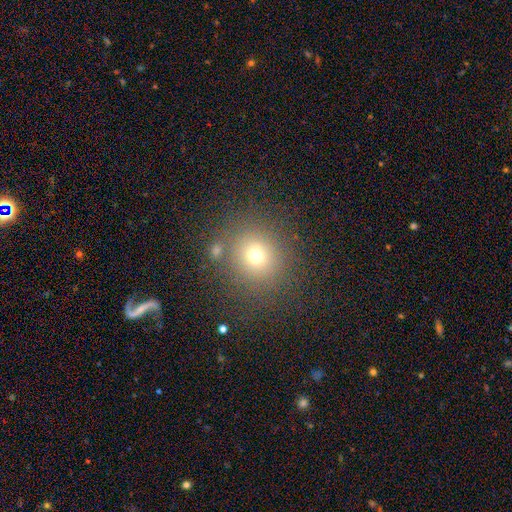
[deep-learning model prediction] Q: Smooth or featured?
A: smooth (68%); runner-up: star or artifact (21%)
Q: How rounded?
A: round (90%); runner-up: in between (9%)
Q: Merging?
A: none (80%); runner-up: minor disturbance (9%)